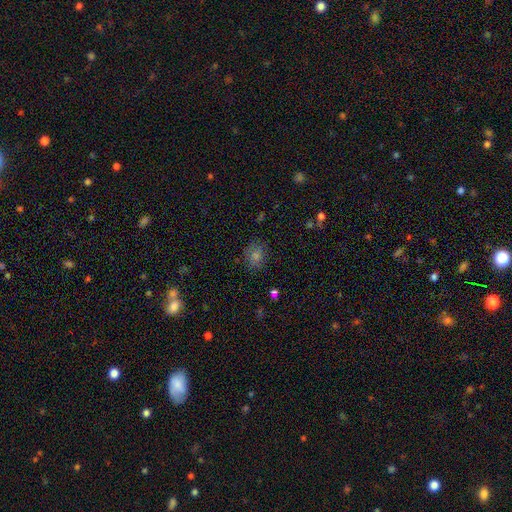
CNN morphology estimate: This is likely a smooth galaxy (62%). How rounded: likely round (67%). Merging: clearly none (83%).